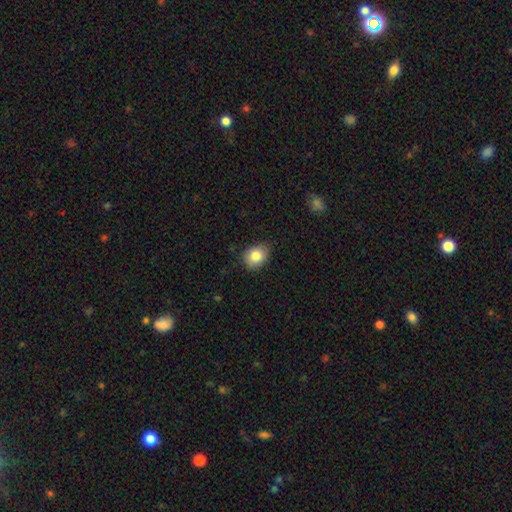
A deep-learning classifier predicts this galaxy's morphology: Smooth or featured? Predicted: smooth (p=0.84). How rounded? Predicted: in between (p=0.57). Merging? Predicted: none (p=0.81).